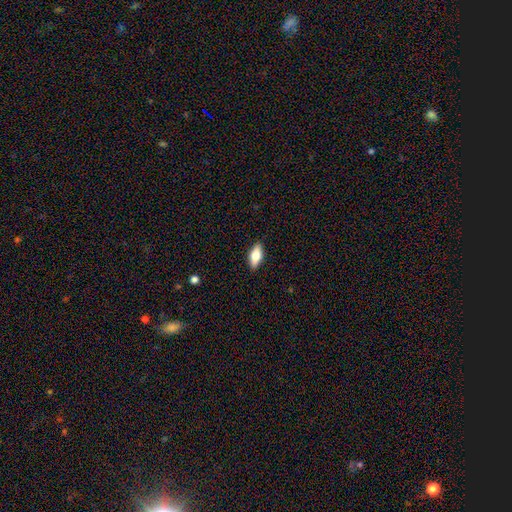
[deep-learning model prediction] Q: Smooth or featured?
A: smooth (67%); runner-up: featured or disk (27%)
Q: How rounded?
A: in between (80%); runner-up: cigar-shaped (17%)
Q: Merging?
A: none (89%); runner-up: minor disturbance (8%)